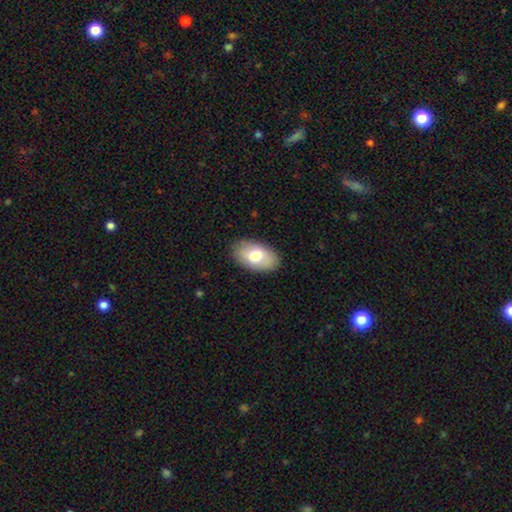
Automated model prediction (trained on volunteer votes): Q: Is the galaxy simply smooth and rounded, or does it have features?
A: smooth — 72%.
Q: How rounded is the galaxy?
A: in between — 93%.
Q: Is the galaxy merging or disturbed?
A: none — 86%.